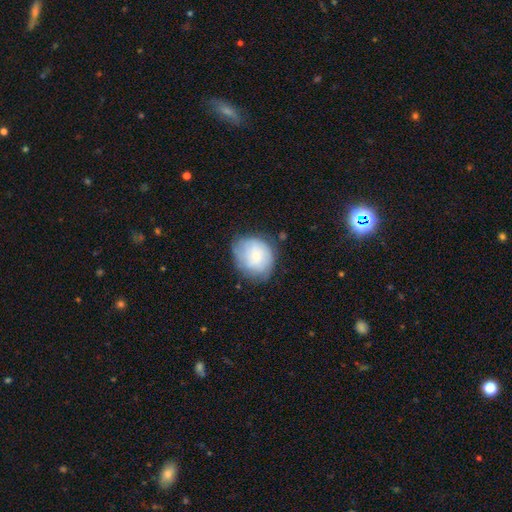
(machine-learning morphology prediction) Smooth or featured: smooth — 61% (featured or disk — 31%)
How rounded: round — 64% (in between — 35%)
Merging: none — 62% (minor disturbance — 27%)